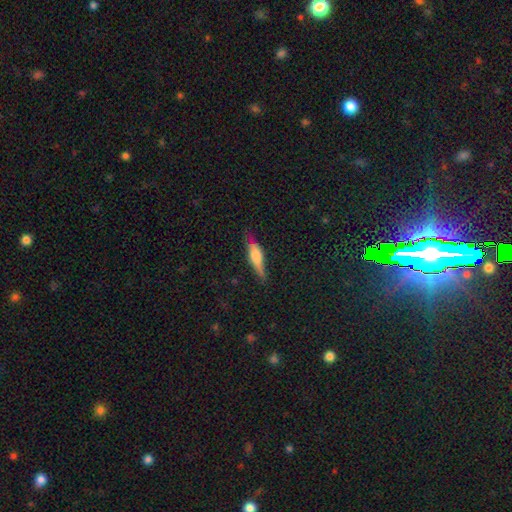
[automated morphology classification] Smooth or featured?
  - smooth: 63% *
  - featured or disk: 31%
  - star or artifact: 7%
How rounded?
  - cigar-shaped: 66% *
  - in between: 32%
  - round: 2%
Merging?
  - none: 70% *
  - minor disturbance: 23%
  - major disturbance: 5%
  - merger: 2%